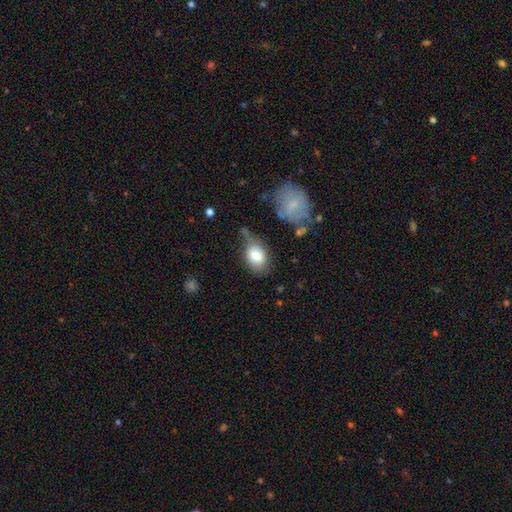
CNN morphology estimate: Smooth or featured: smooth — 79% (featured or disk — 14%)
How rounded: in between — 76% (round — 23%)
Merging: none — 47% (minor disturbance — 31%)